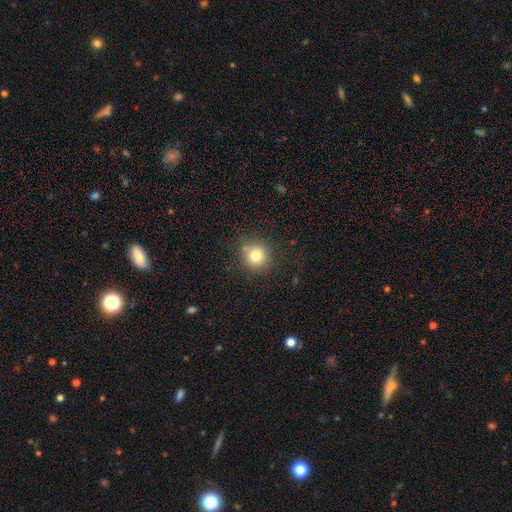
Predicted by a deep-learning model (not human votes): Smooth or featured?
  - smooth: 80% *
  - star or artifact: 12%
  - featured or disk: 8%
How rounded?
  - round: 91% *
  - in between: 8%
  - cigar-shaped: 1%
Merging?
  - none: 81% *
  - minor disturbance: 12%
  - major disturbance: 4%
  - merger: 4%